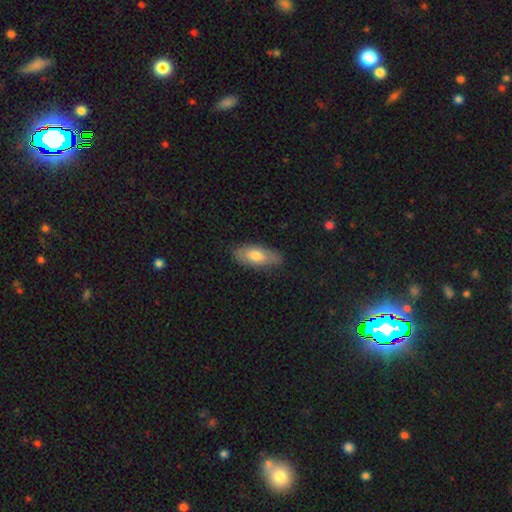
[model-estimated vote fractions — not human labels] This is likely a smooth galaxy (69%). How rounded: clearly in between (82%). Merging: likely none (77%).